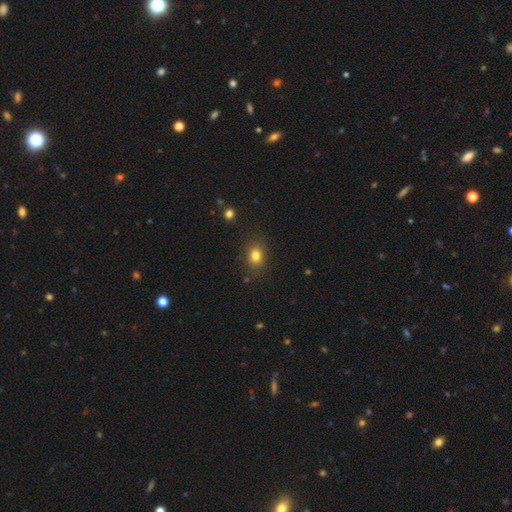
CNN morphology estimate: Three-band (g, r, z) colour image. It shows a smooth galaxy with no disk features (80%) that is in between round and cigar-shaped (54%). Merging: none (84%).